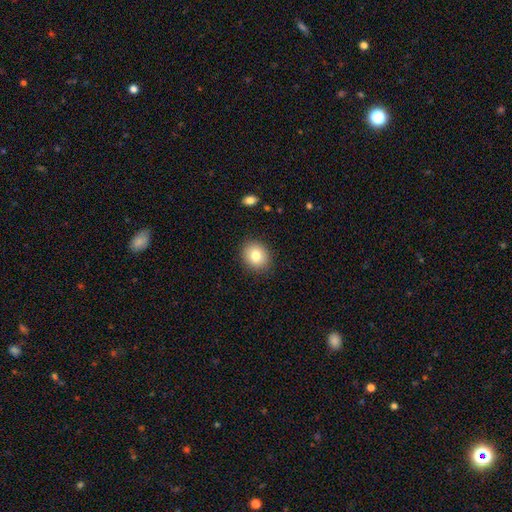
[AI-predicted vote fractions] smooth 81%, star or artifact 10%, featured or disk 9%. Down the decision tree: how rounded — round (69%); merging — none (88%).